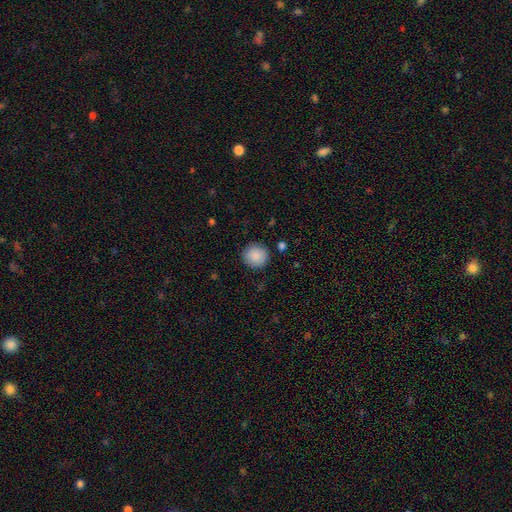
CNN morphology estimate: Overall: smooth (89%). How rounded: round (94%). Merging: none (90%).